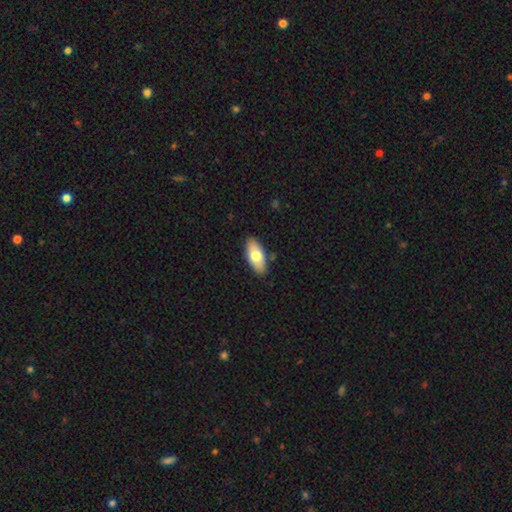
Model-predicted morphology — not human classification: Smooth or featured: smooth — 73% (featured or disk — 22%)
How rounded: in between — 88% (cigar-shaped — 10%)
Merging: none — 87% (minor disturbance — 10%)